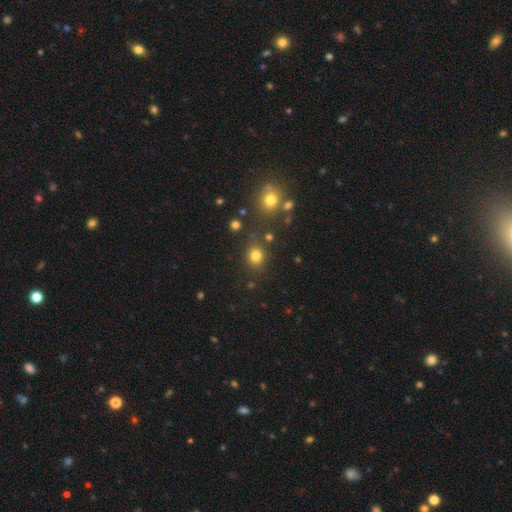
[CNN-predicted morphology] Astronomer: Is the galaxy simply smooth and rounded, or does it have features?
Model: smooth — 79%.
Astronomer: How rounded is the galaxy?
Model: round — 75%.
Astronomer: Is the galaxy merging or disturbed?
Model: none — 78%.